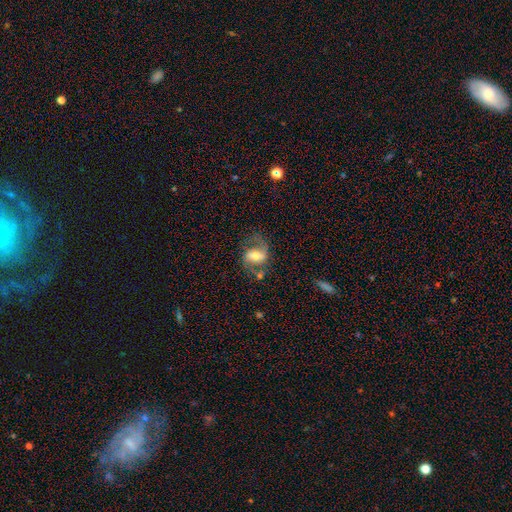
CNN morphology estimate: smooth_or_featured: featured or disk (p=0.74) [alt: smooth p=0.18]
disk_edge_on: no (p=0.97) [alt: yes p=0.03]
bar: weak (p=0.44) [alt: strong p=0.32]
has_spiral_arms: yes (p=0.91) [alt: no p=0.09]
spiral_winding: medium (p=0.45) [alt: loose p=0.44]
spiral_arm_count: 2 (p=0.85) [alt: 1 p=0.09]
bulge_size: moderate (p=0.54) [alt: small p=0.23]
merging: none (p=0.58) [alt: minor disturbance p=0.19]